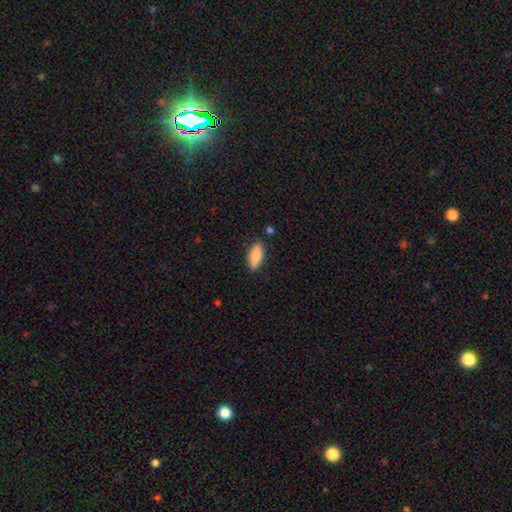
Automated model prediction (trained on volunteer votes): Smooth or featured: smooth — 86% (featured or disk — 8%)
How rounded: in between — 73% (cigar-shaped — 25%)
Merging: none — 83% (minor disturbance — 12%)